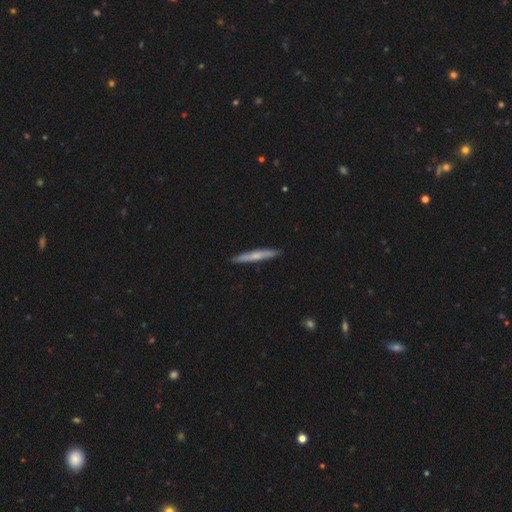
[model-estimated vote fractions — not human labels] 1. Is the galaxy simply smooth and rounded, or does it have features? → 55% smooth, 39% featured or disk, 5% star or artifact.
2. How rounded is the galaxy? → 95% cigar-shaped, 3% in between, 1% round.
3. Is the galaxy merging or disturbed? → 90% none, 7% minor disturbance, 1% major disturbance, 1% merger.